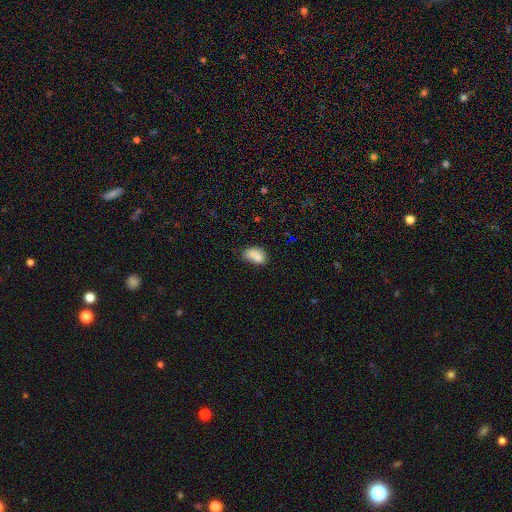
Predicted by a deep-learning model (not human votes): Smooth or featured: smooth — 75% (featured or disk — 15%)
How rounded: in between — 81% (round — 18%)
Merging: merger — 37% (none — 35%)